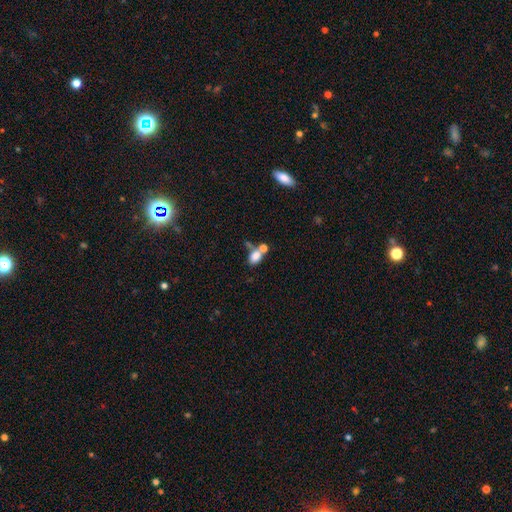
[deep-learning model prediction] smooth 79%, star or artifact 11%, featured or disk 10%. Down the decision tree: how rounded — in between (77%); merging — merger (45%).